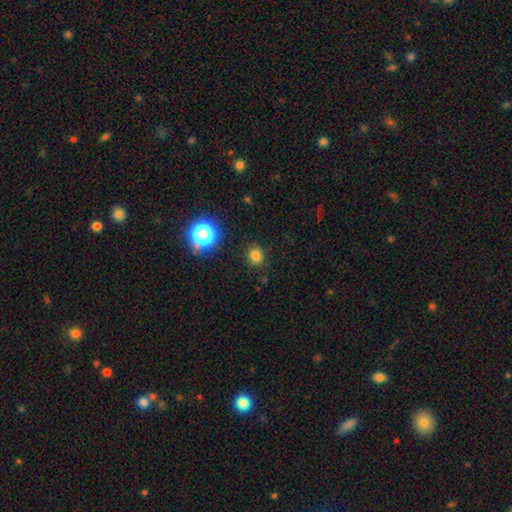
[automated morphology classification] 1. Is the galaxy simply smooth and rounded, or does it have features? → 76% smooth, 18% star or artifact, 6% featured or disk.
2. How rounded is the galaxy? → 75% round, 24% in between, 1% cigar-shaped.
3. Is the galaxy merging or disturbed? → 87% none, 8% minor disturbance, 3% major disturbance, 2% merger.